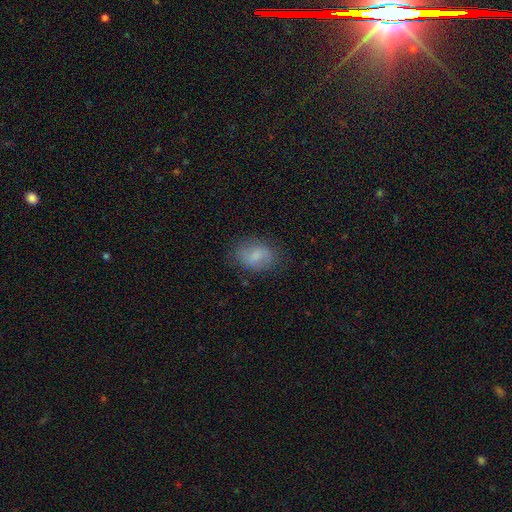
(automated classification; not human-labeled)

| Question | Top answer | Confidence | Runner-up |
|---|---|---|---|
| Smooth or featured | smooth | 71% | featured or disk (20%) |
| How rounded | in between | 72% | round (27%) |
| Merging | none | 77% | minor disturbance (16%) |